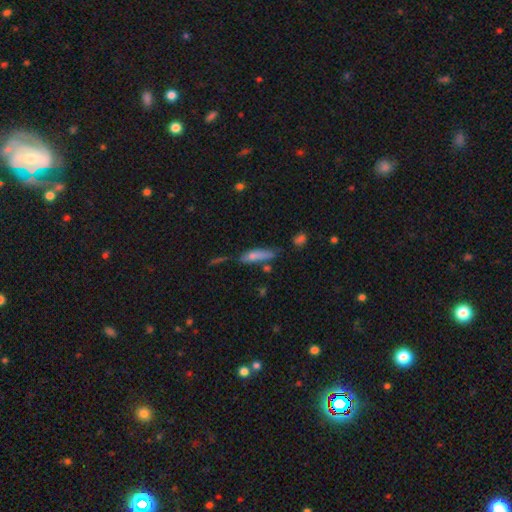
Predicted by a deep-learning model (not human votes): Overall: smooth (70%). How rounded: cigar-shaped (67%; in between 30%). Merging: none (50%; minor disturbance 25%).